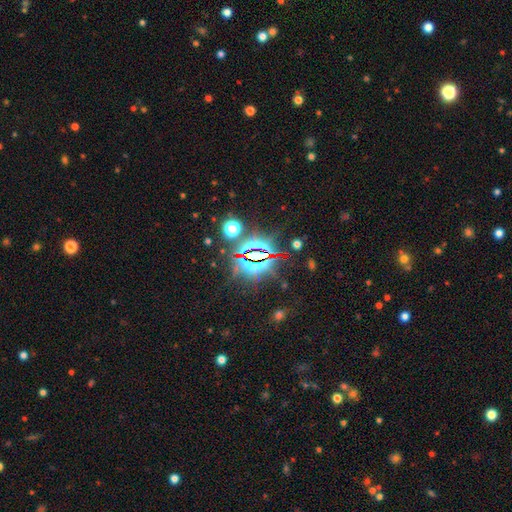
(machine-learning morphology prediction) This is likely a star or artifact rather than a galaxy (78%).